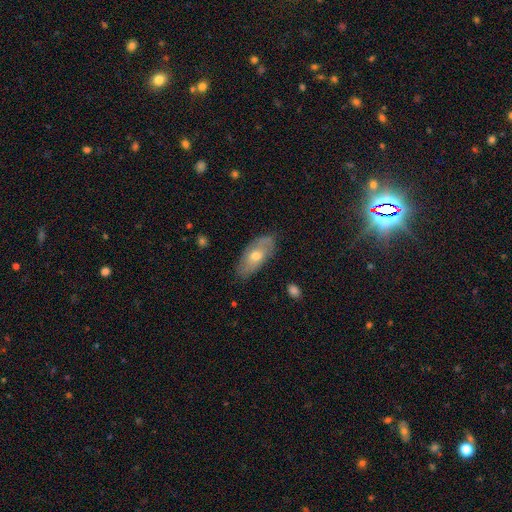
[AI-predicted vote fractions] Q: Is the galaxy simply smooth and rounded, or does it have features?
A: smooth — 47%.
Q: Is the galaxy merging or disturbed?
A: none — 80%.